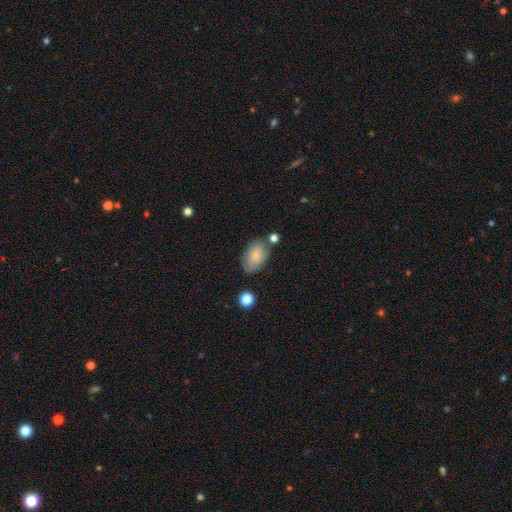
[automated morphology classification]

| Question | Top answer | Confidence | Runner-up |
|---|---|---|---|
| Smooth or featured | smooth | 79% | featured or disk (14%) |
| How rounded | in between | 92% | round (7%) |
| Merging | none | 69% | minor disturbance (20%) |